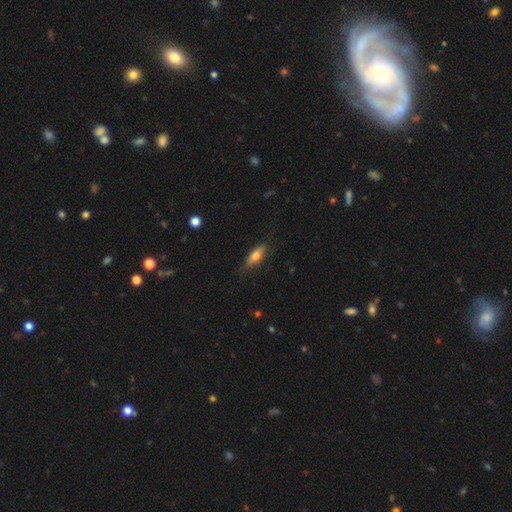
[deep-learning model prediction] smooth_or_featured: smooth (p=0.71) [alt: featured or disk p=0.22]
how_rounded: in between (p=0.62) [alt: cigar-shaped p=0.35]
merging: none (p=0.75) [alt: minor disturbance p=0.19]